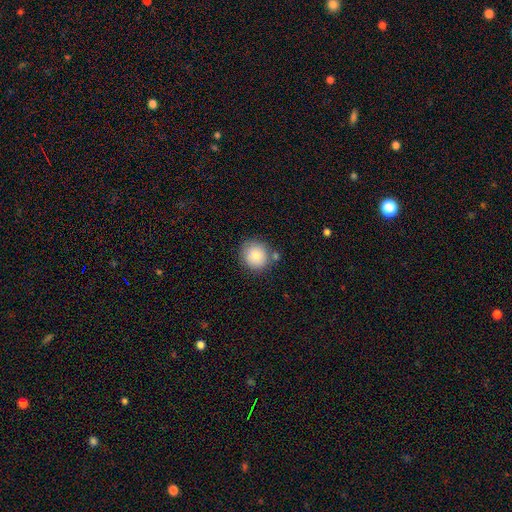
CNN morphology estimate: Smooth or featured? smooth (85%)
How rounded? round (90%)
Merging? none (75%)